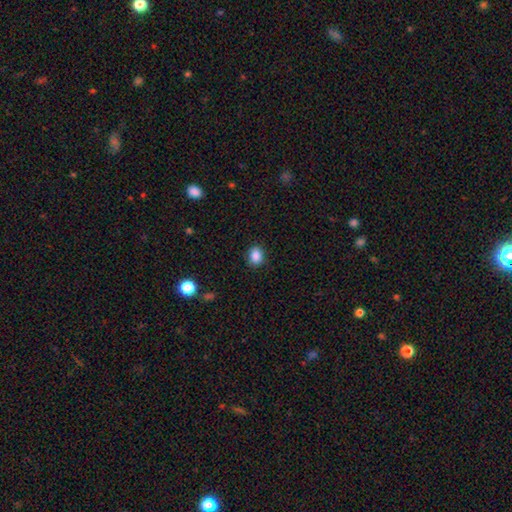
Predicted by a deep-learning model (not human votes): Morphology: type=smooth (87%); roundness=in between (51%); merging=none (87%).